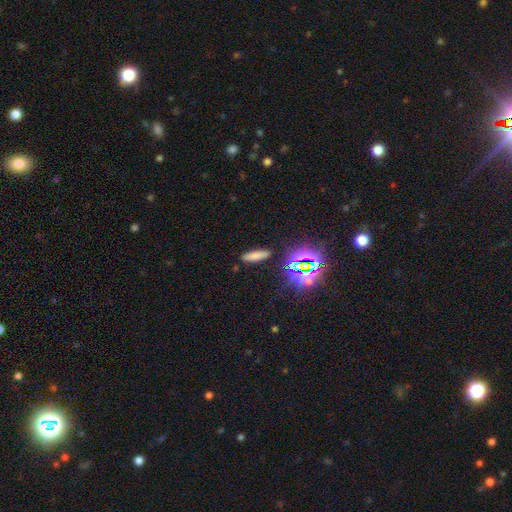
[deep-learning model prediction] Overall: smooth (69%). How rounded: cigar-shaped (66%; in between 30%). Merging: none (87%).